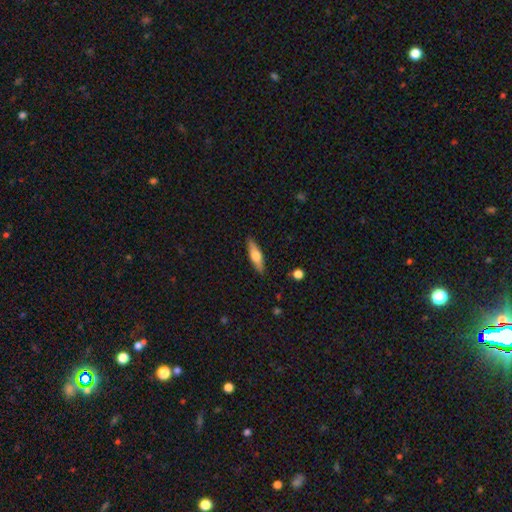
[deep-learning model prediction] Smooth or featured: smooth — 52% (featured or disk — 42%)
How rounded: cigar-shaped — 63% (in between — 34%)
Merging: none — 89% (minor disturbance — 8%)